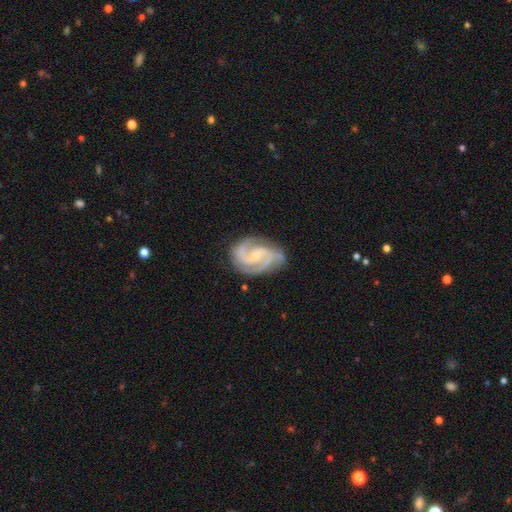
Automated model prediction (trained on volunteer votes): The model was most divided on "spiral winding": medium: 52%, tight: 39%, loose: 8%. More confident: spiral arms — yes (98%); edge-on disk — no (98%); smooth or featured — featured or disk (92%); merging — none (77%); bulge size — small (72%); spiral arm count — 2 (59%); bar — no (51%).